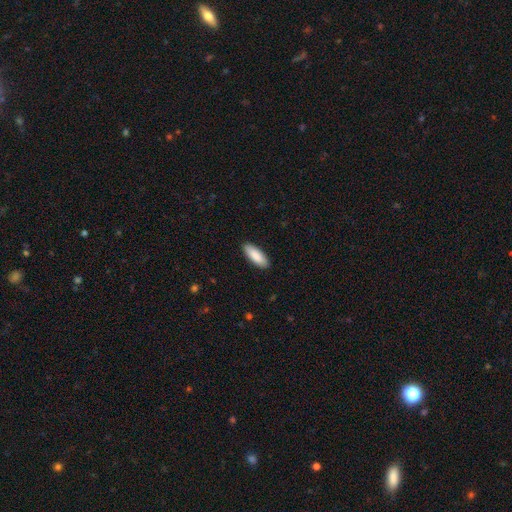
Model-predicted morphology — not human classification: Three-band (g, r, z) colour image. It shows a smooth galaxy with no disk features (89%) that is in between round and cigar-shaped (72%). Merging: none (90%).